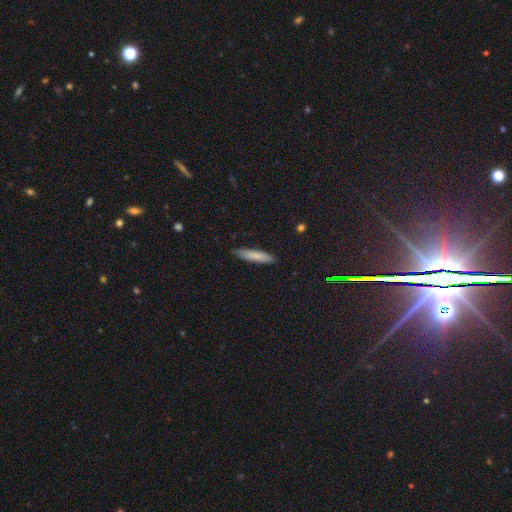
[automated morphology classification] smooth_or_featured: smooth (p=0.82) [alt: featured or disk p=0.12]
how_rounded: cigar-shaped (p=0.84) [alt: in between p=0.15]
merging: none (p=0.87) [alt: minor disturbance p=0.10]